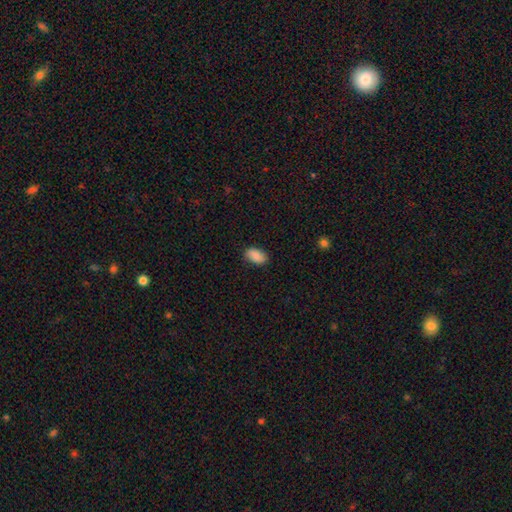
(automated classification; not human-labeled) A smooth galaxy with no disk features (87%) that is in between round and cigar-shaped (92%). Merging: none (81%).